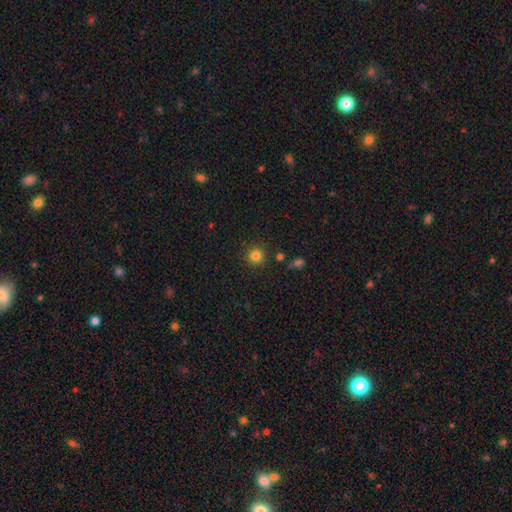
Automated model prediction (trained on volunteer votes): Q: Smooth or featured?
A: smooth (82%); runner-up: star or artifact (13%)
Q: How rounded?
A: round (94%); runner-up: in between (5%)
Q: Merging?
A: none (89%); runner-up: minor disturbance (6%)